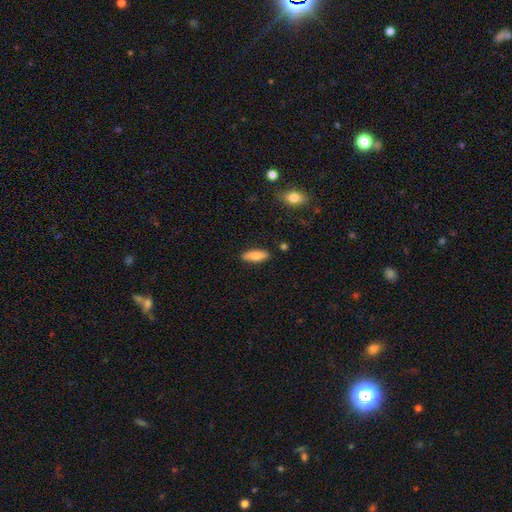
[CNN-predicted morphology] smooth_or_featured: smooth (p=0.79) [alt: featured or disk p=0.14]
how_rounded: in between (p=0.59) [alt: cigar-shaped p=0.39]
merging: none (p=0.87) [alt: minor disturbance p=0.09]